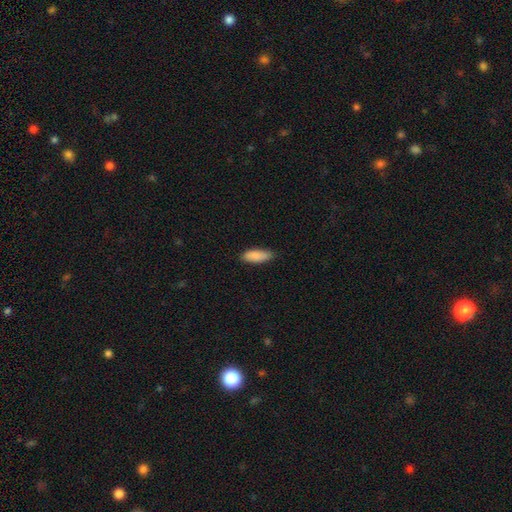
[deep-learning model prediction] The model was most divided on "how rounded": in between: 69%, cigar-shaped: 29%, round: 2%. More confident: smooth or featured — smooth (89%); merging — none (81%).